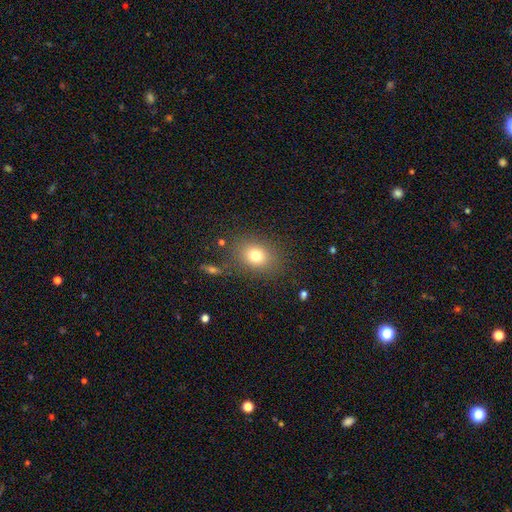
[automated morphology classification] smooth-or-featured: smooth: 77% | star or artifact: 13% | featured or disk: 11%
  how-rounded: in between: 51% | round: 48% | cigar-shaped: 1%
  merging: none: 80% | minor disturbance: 11% | major disturbance: 5% | merger: 3%